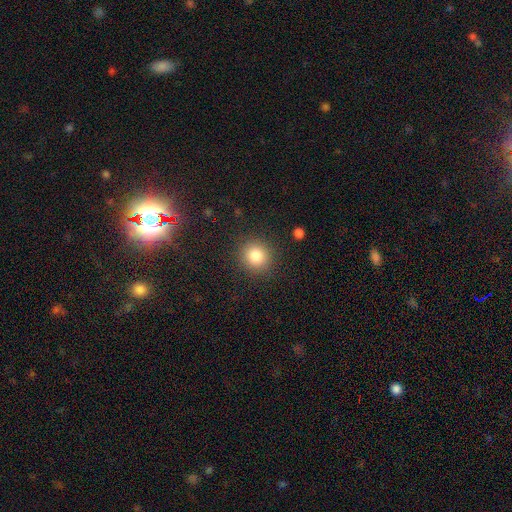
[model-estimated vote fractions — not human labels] smooth-or-featured: smooth: 83% | star or artifact: 11% | featured or disk: 6%
  how-rounded: round: 89% | in between: 10% | cigar-shaped: 1%
  merging: none: 89% | minor disturbance: 7% | major disturbance: 3% | merger: 1%